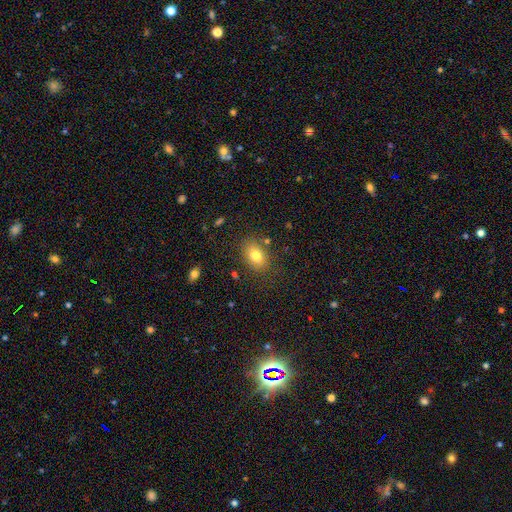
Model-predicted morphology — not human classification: Overall: smooth (79%). How rounded: in between (80%). Merging: none (81%).